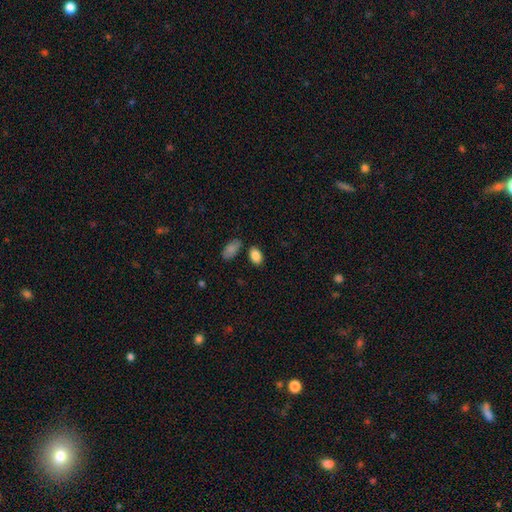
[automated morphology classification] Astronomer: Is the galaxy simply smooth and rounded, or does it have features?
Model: smooth — 87%.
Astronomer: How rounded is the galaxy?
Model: in between — 90%.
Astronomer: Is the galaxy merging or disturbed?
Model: none — 78%.